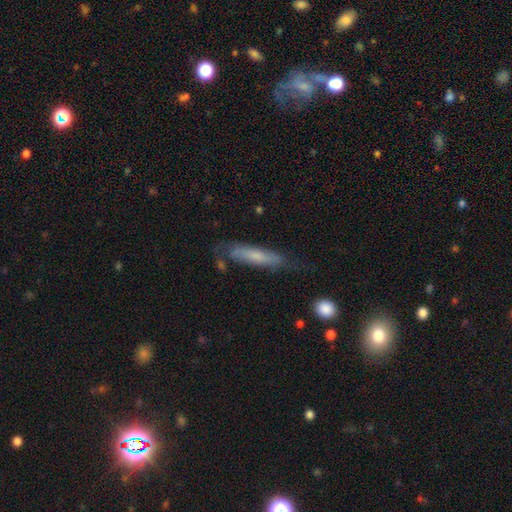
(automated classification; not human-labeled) smooth 55%, featured or disk 38%, star or artifact 7%. Down the decision tree: how rounded — cigar-shaped (83%); merging — none (64%).